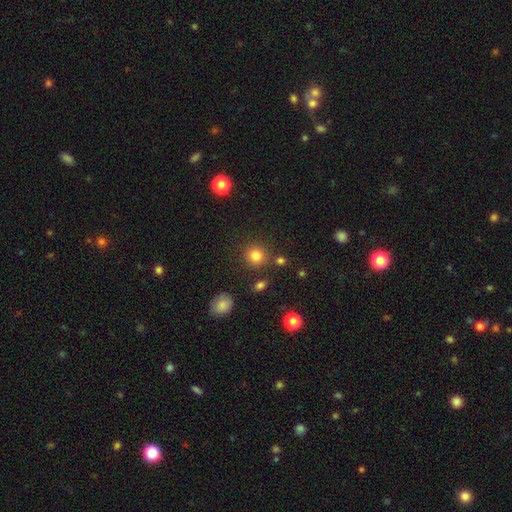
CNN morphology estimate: Q: Smooth or featured?
A: smooth (81%); runner-up: star or artifact (13%)
Q: How rounded?
A: round (90%); runner-up: in between (9%)
Q: Merging?
A: none (84%); runner-up: minor disturbance (8%)